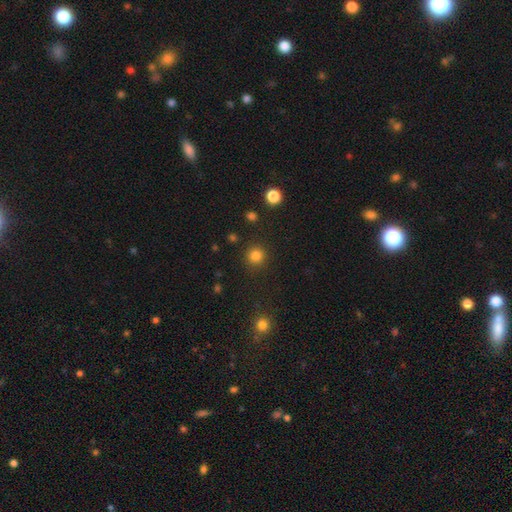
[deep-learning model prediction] Smooth or featured?
  - smooth: 83% *
  - star or artifact: 13%
  - featured or disk: 4%
How rounded?
  - round: 94% *
  - in between: 5%
  - cigar-shaped: 1%
Merging?
  - none: 90% *
  - minor disturbance: 6%
  - major disturbance: 3%
  - merger: 2%